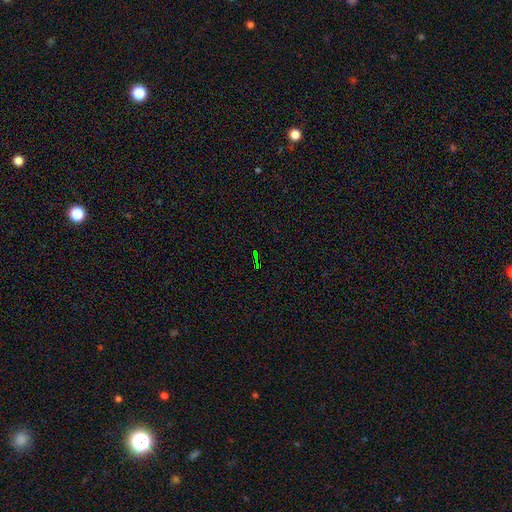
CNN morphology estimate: smooth_or_featured: star or artifact (p=0.75) [alt: smooth p=0.14]